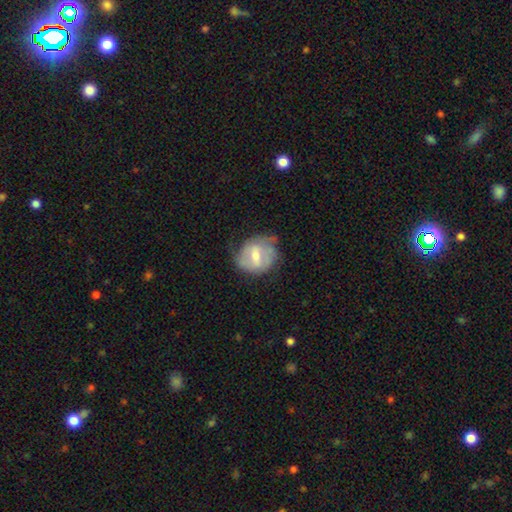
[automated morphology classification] This appears to be a featured or disk galaxy (55%) with a weak bar (54%), spiral arms (62%) and a moderate central bulge (59%). Merging: none (51%).